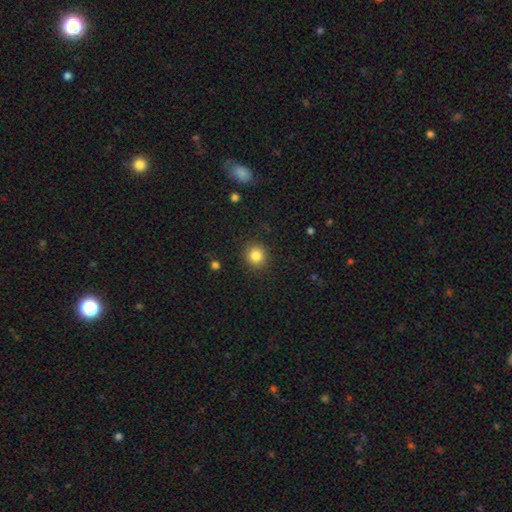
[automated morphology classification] Smooth or featured? smooth (84%)
How rounded? round (90%)
Merging? none (90%)